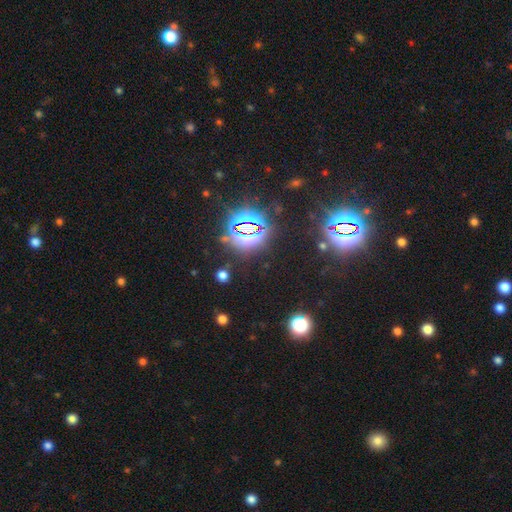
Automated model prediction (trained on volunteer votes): Morphology: type=star or artifact (81%).